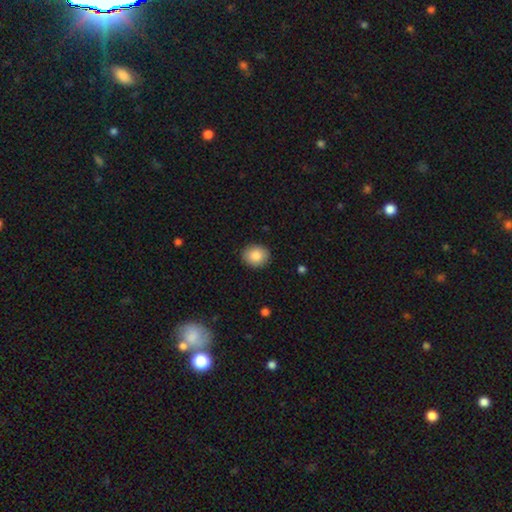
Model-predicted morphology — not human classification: smooth_or_featured: smooth (p=0.87) [alt: star or artifact p=0.07]
how_rounded: round (p=0.67) [alt: in between p=0.32]
merging: none (p=0.89) [alt: minor disturbance p=0.08]